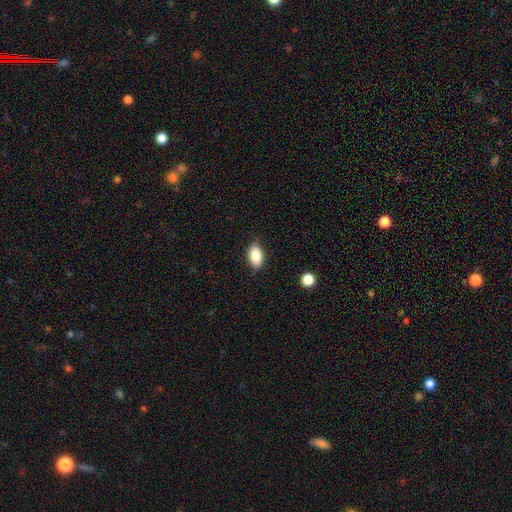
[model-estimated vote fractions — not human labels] Q: Smooth or featured?
A: smooth (86%); runner-up: star or artifact (8%)
Q: How rounded?
A: in between (91%); runner-up: round (6%)
Q: Merging?
A: none (84%); runner-up: minor disturbance (12%)